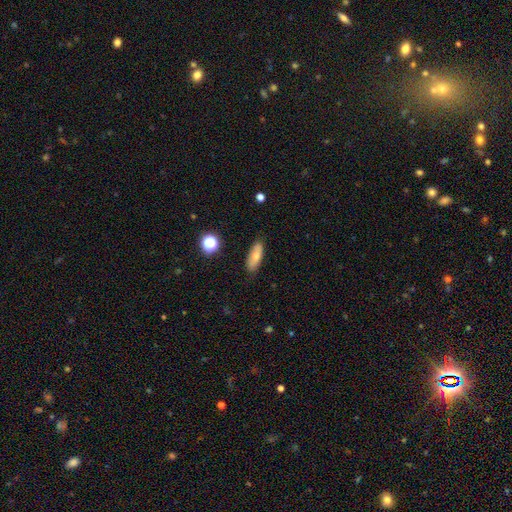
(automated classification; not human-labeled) The model was most divided on "how rounded": in between: 66%, cigar-shaped: 31%, round: 4%. More confident: merging — none (85%); smooth or featured — smooth (69%).